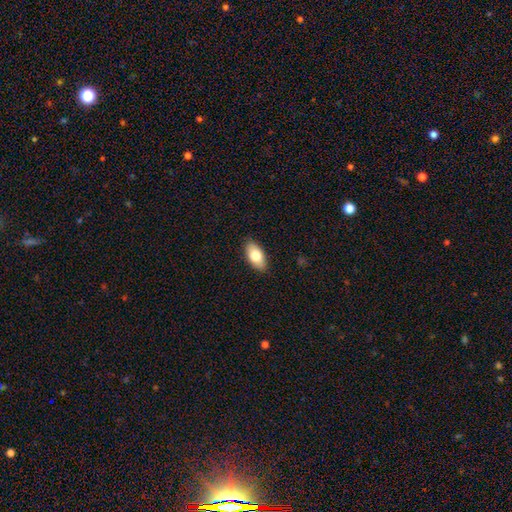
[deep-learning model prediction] A smooth galaxy with no disk features (77%) that is in between round and cigar-shaped (92%).

Vote fractions:
- Smooth or featured? smooth: 77% / featured or disk: 16% / star or artifact: 7%
- How rounded? in between: 92% / cigar-shaped: 4% / round: 4%
- Merging? none: 88% / minor disturbance: 9% / major disturbance: 2% / merger: 1%